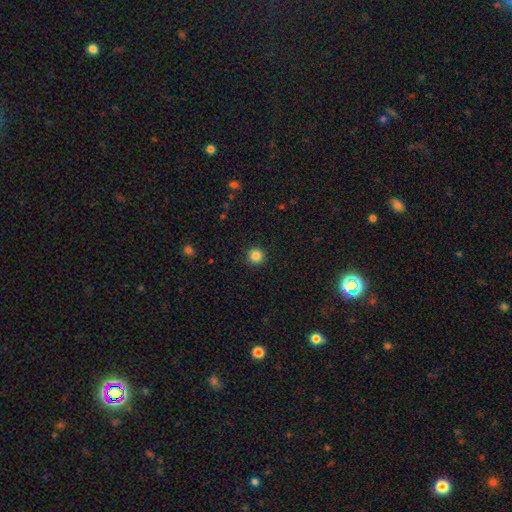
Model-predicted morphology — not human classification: Overall: smooth (85%). How rounded: round (94%). Merging: none (92%).